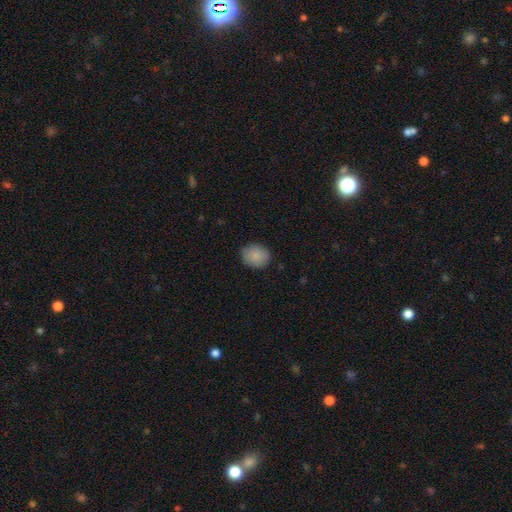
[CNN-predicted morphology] Overall: smooth (87%). How rounded: round (57%; in between 42%). Merging: none (85%).